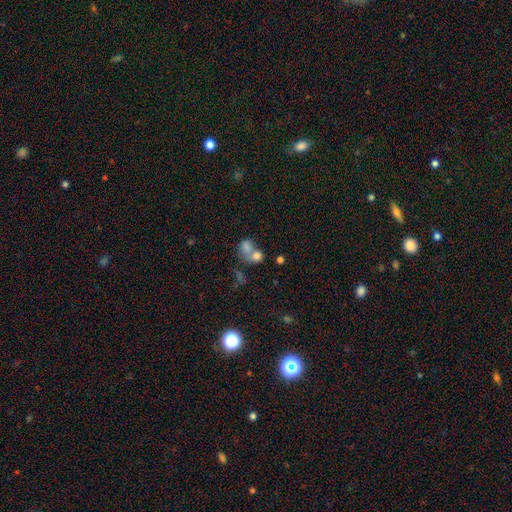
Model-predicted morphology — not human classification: smooth 73%, featured or disk 15%, star or artifact 12%. Down the decision tree: how rounded — in between (51%); merging — merger (65%).